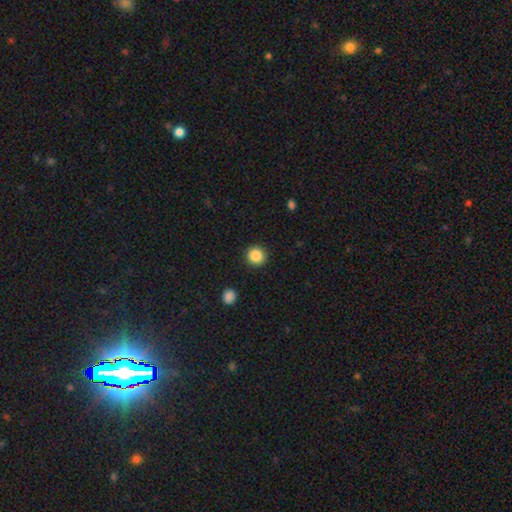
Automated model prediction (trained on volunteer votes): This is clearly a smooth galaxy (87%). How rounded: clearly round (94%). Merging: clearly none (92%).